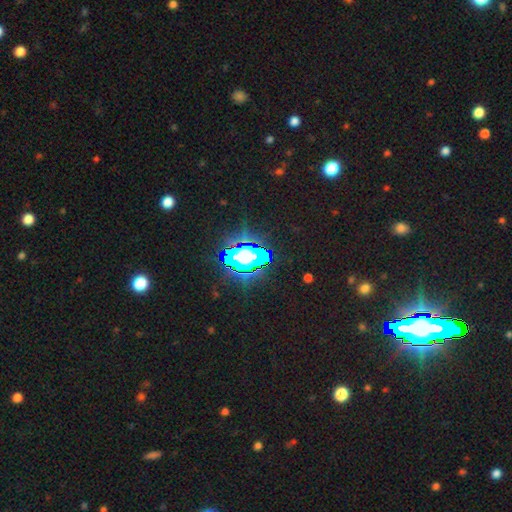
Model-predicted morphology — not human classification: A star or artifact, not a galaxy (77%).